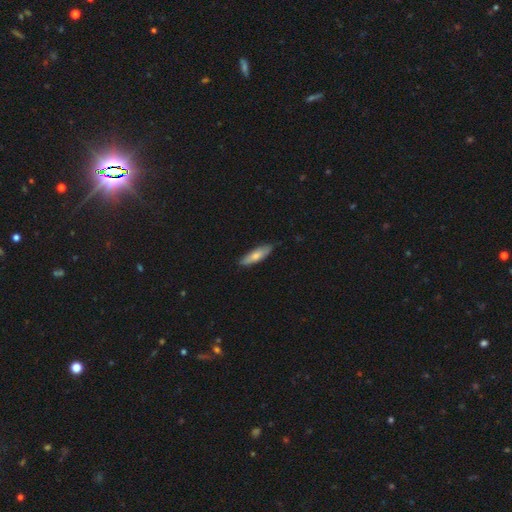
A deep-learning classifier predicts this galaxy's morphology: type=smooth (71%); roundness=cigar-shaped (56%); merging=none (85%).